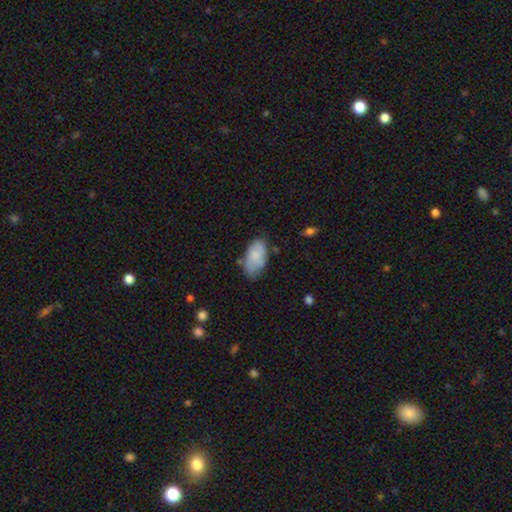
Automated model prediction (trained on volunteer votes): Smooth or featured? Predicted: smooth (p=0.73). How rounded? Predicted: in between (p=0.94). Merging? Predicted: none (p=0.56).